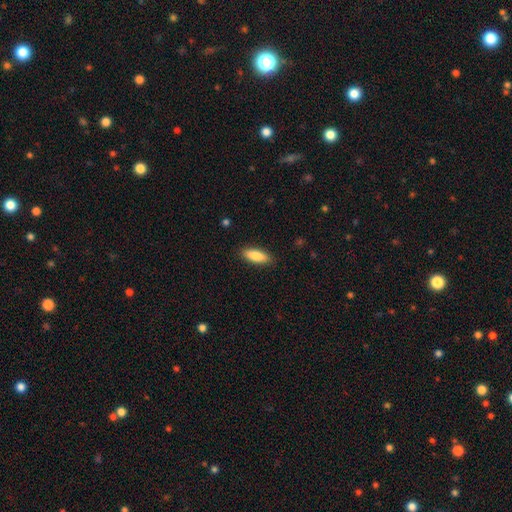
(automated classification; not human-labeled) This is clearly a smooth galaxy (86%). How rounded: likely in between (68%). Merging: clearly none (88%).